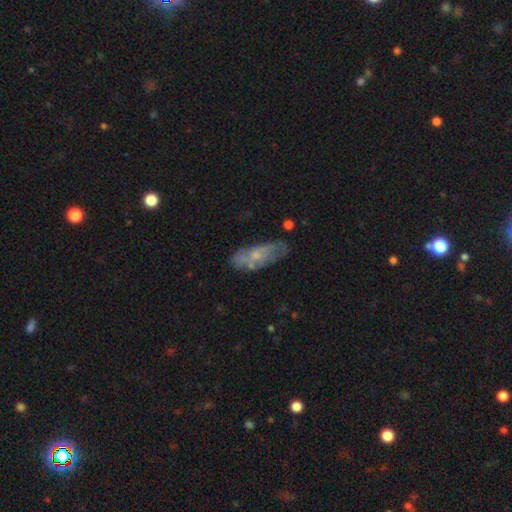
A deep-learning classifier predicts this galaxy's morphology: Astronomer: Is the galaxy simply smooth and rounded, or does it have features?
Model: featured or disk — 50% (runner-up: smooth, 42%).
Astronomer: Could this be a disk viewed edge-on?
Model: no — 82%.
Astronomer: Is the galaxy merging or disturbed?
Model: none — 57%.